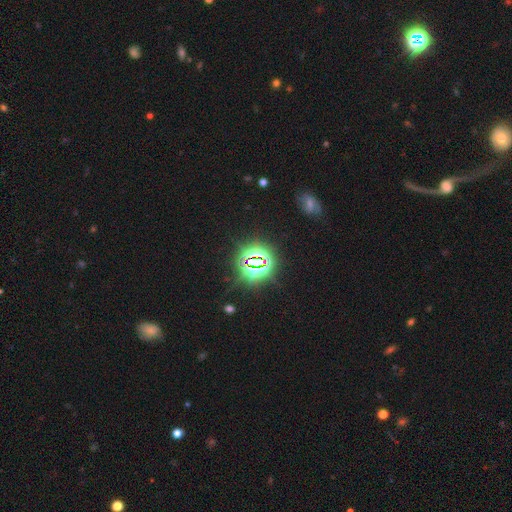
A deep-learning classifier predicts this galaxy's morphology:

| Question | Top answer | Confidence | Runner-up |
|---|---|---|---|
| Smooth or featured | star or artifact | 80% | smooth (12%) |